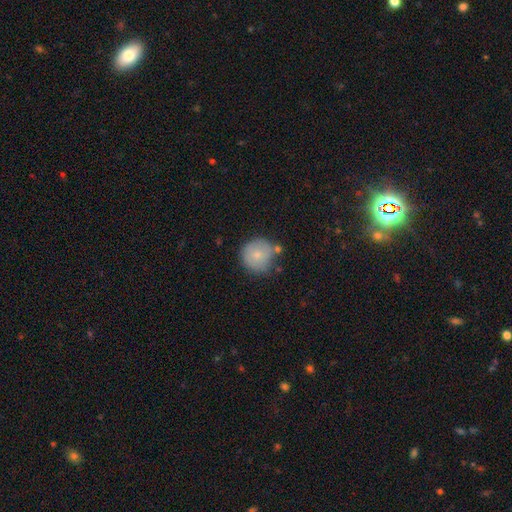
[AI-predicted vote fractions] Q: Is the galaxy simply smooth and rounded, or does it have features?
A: smooth — 76%.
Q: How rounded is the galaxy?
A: round — 93%.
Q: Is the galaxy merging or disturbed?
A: none — 66%.